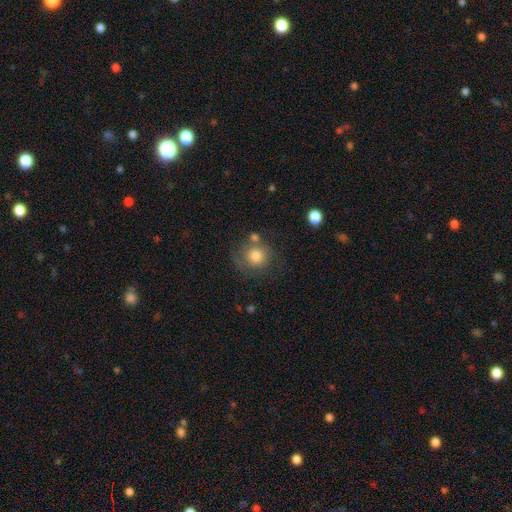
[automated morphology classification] smooth_or_featured: smooth (p=0.75) [alt: featured or disk p=0.15]
how_rounded: round (p=0.89) [alt: in between p=0.10]
merging: none (p=0.65) [alt: minor disturbance p=0.17]